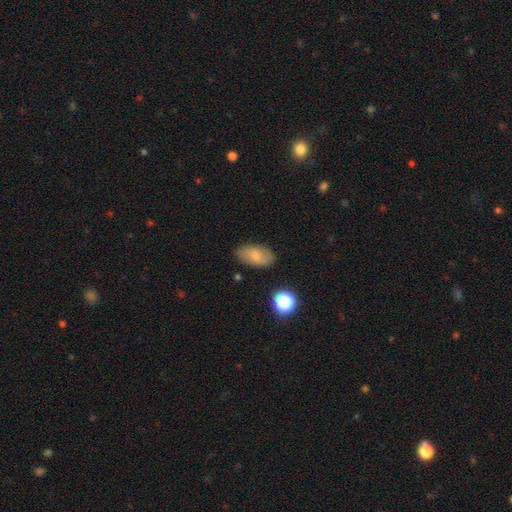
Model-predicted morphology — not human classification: smooth 62%, featured or disk 29%, star or artifact 9%. Down the decision tree: how rounded — in between (91%); merging — none (82%).